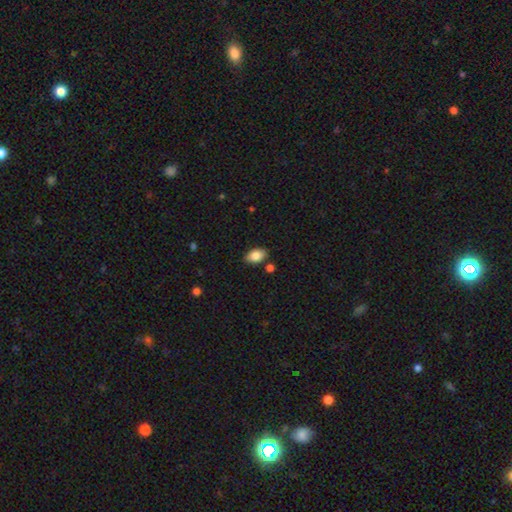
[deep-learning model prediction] The model was most divided on "merging": none: 84%, minor disturbance: 10%, merger: 4%, major disturbance: 2%. More confident: how rounded — in between (90%); smooth or featured — smooth (84%).